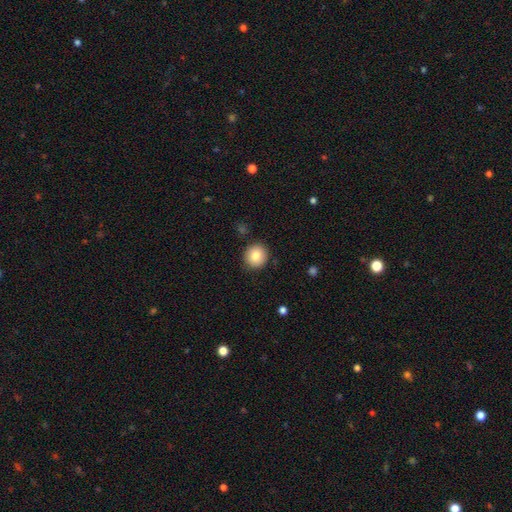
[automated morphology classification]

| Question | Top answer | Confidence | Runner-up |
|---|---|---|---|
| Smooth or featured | smooth | 83% | star or artifact (9%) |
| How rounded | round | 91% | in between (8%) |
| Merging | none | 89% | minor disturbance (7%) |